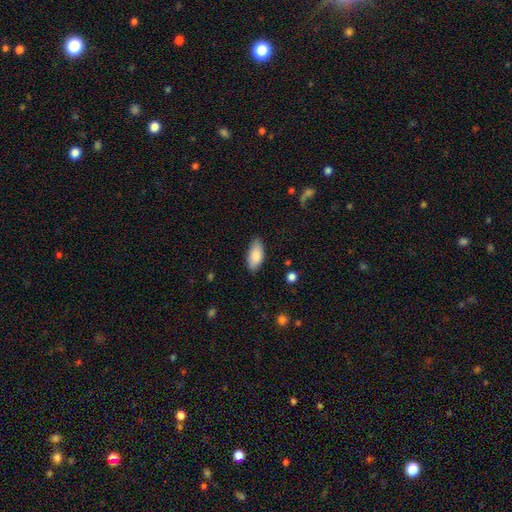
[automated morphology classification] A smooth galaxy with no disk features (85%) that is in between round and cigar-shaped (90%). Merging: none (80%).